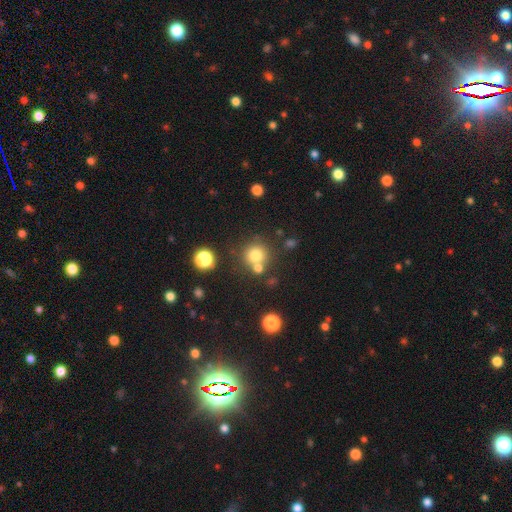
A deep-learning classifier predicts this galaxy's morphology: Smooth or featured? smooth (75%)
How rounded? round (92%)
Merging? none (68%)